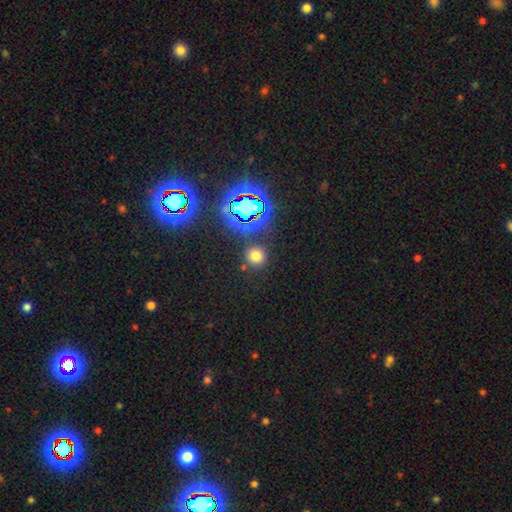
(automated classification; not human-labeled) A smooth galaxy with no disk features (67%) that is round (92%). Merging: none (85%).